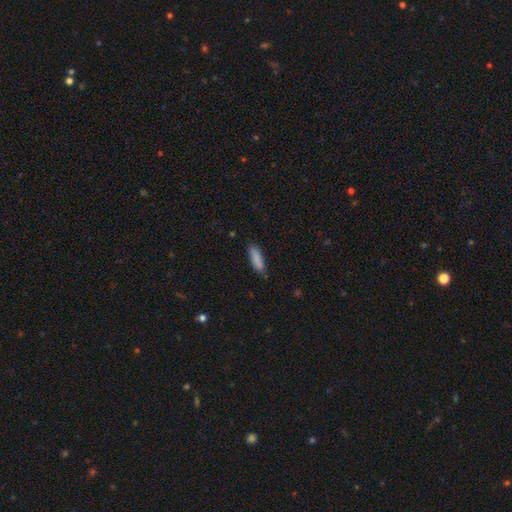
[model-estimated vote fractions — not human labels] The model was most divided on "how rounded": cigar-shaped: 61%, in between: 37%, round: 2%. More confident: smooth or featured — smooth (86%); merging — none (82%).